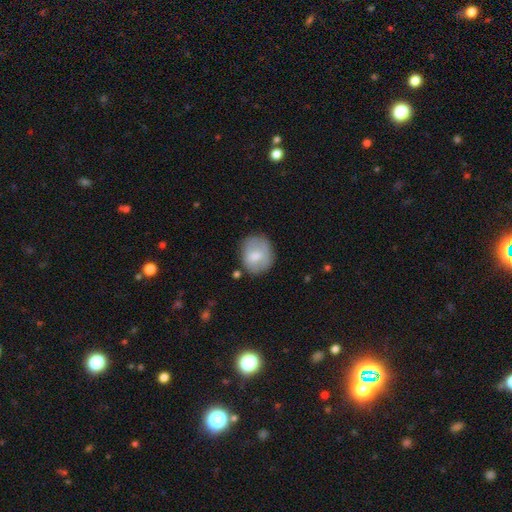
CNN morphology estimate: smooth_or_featured: smooth (p=0.71) [alt: featured or disk p=0.22]
how_rounded: round (p=0.70) [alt: in between p=0.29]
merging: none (p=0.69) [alt: minor disturbance p=0.21]